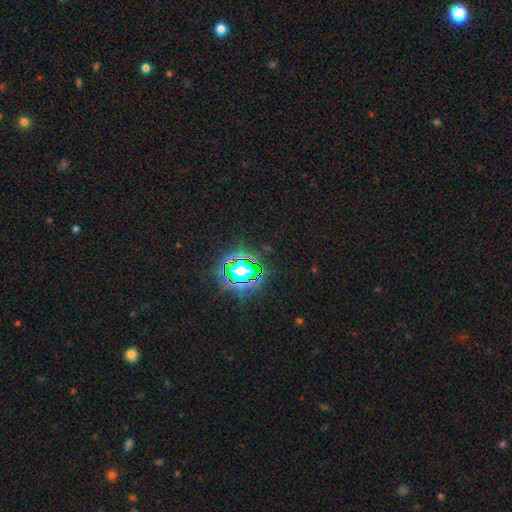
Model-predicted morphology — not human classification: smooth-or-featured: star or artifact: 81% | smooth: 12% | featured or disk: 7%